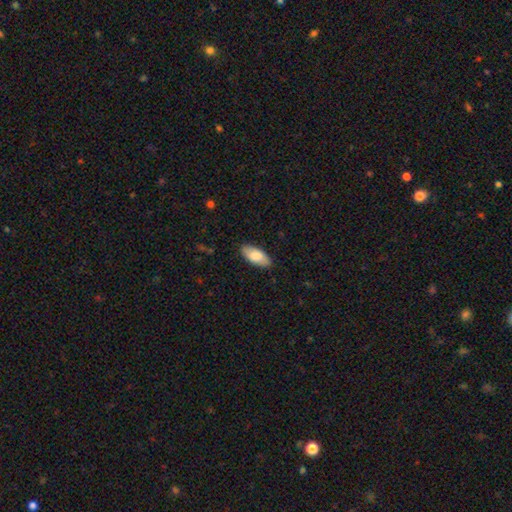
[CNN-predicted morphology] This is likely a smooth galaxy (80%). How rounded: clearly in between (89%). Merging: clearly none (88%).